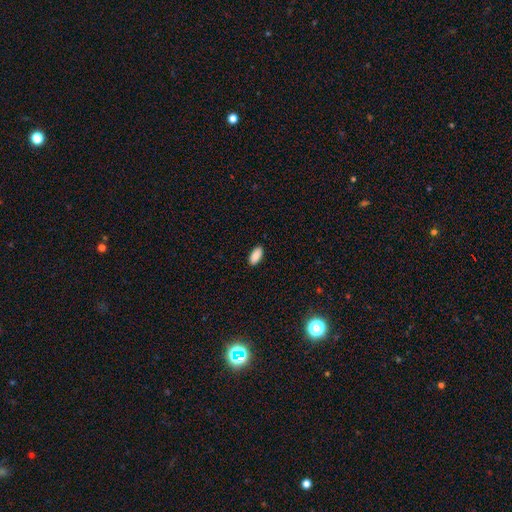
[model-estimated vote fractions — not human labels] The model was most divided on "merging": none: 90%, minor disturbance: 7%, major disturbance: 2%, merger: 1%. More confident: how rounded — in between (92%); smooth or featured — smooth (90%).